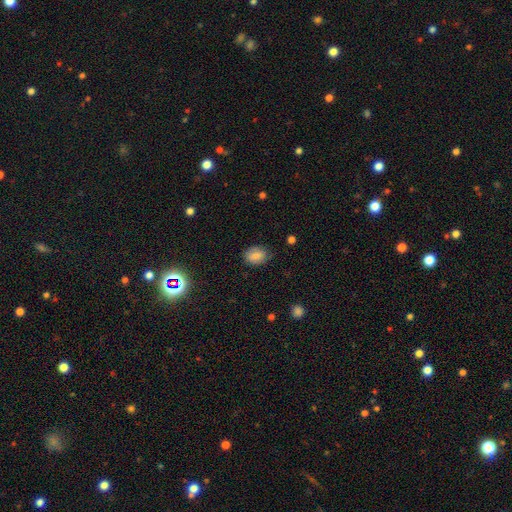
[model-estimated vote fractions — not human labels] smooth-or-featured: smooth: 78% | featured or disk: 11% | star or artifact: 10%
  how-rounded: in between: 74% | round: 24% | cigar-shaped: 2%
  merging: none: 80% | minor disturbance: 15% | major disturbance: 4% | merger: 1%